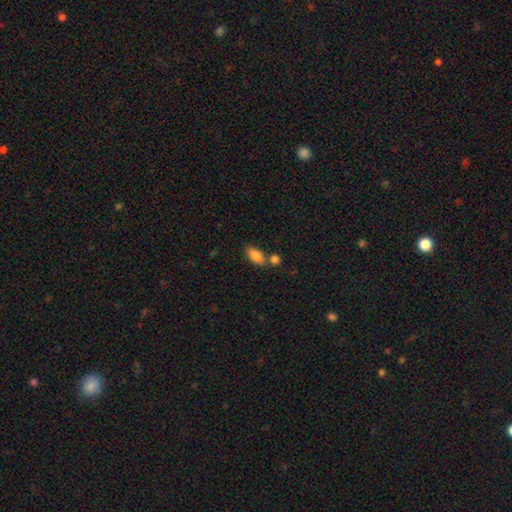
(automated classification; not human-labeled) This appears to be a smooth galaxy with no disk features (85%) that is in between round and cigar-shaped (88%). Merging: none (60%).